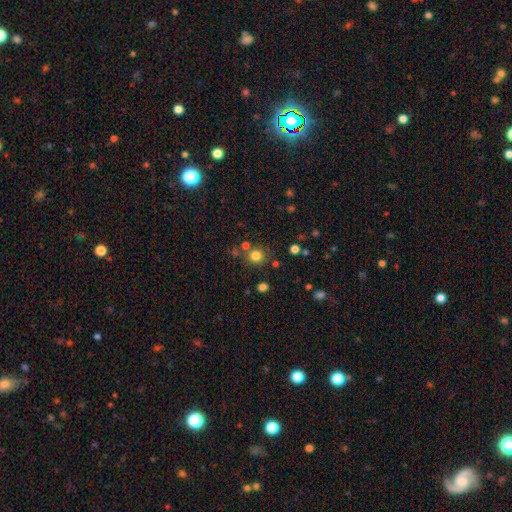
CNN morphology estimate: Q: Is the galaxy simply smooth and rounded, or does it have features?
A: smooth — 79%.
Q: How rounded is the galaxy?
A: round — 89%.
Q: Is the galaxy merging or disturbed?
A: none — 75%.